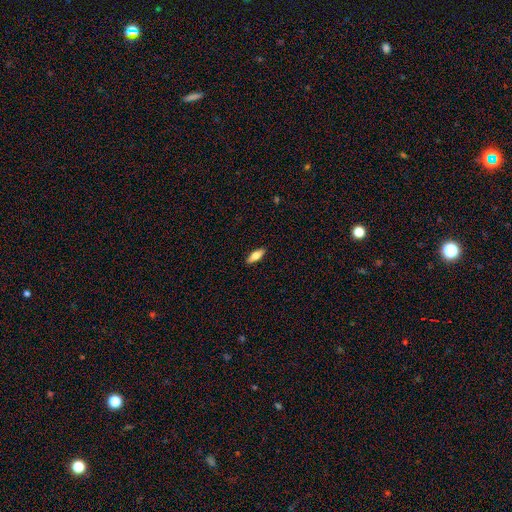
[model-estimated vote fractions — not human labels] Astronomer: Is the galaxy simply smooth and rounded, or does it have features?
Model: smooth — 74%.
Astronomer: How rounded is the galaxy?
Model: in between — 70%.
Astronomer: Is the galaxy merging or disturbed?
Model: none — 89%.